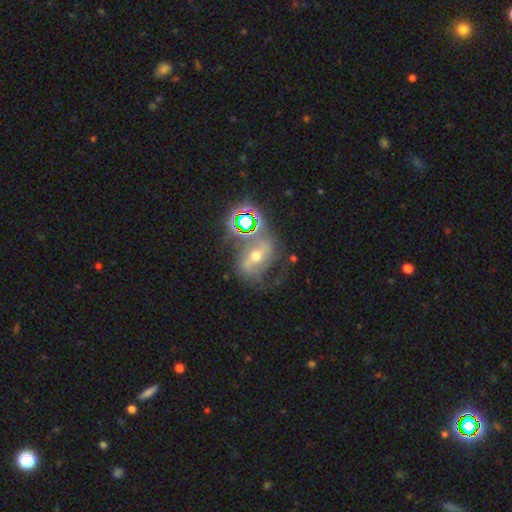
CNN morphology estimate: Overall: featured or disk (65%). Edge-on disk: no (94%). Bar: strong (48%; weak 30%). Spiral arms: yes (82%). Bulge size: moderate (68%). Merging: none (55%; minor disturbance 20%).